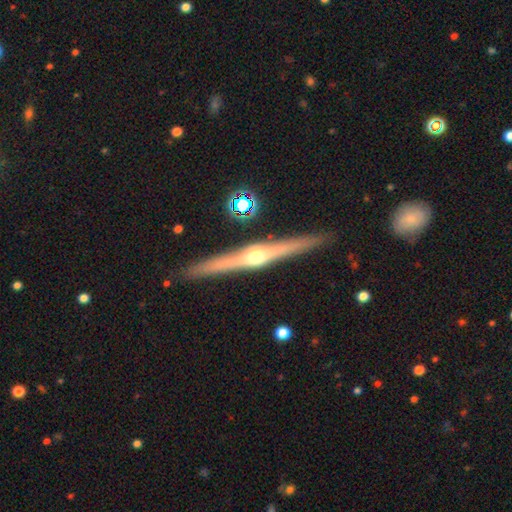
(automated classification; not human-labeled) featured or disk 79%, smooth 15%, star or artifact 6%. Down the decision tree: edge-on disk — yes (98%); edge-on bulge — rounded (91%); merging — none (90%).